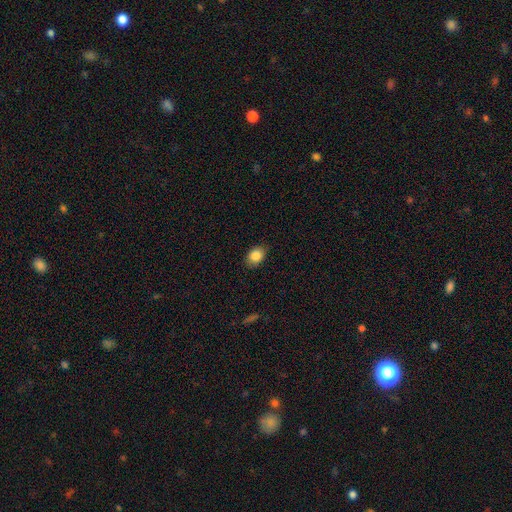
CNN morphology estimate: smooth 86%, star or artifact 8%, featured or disk 5%. Down the decision tree: how rounded — in between (67%); merging — none (83%).